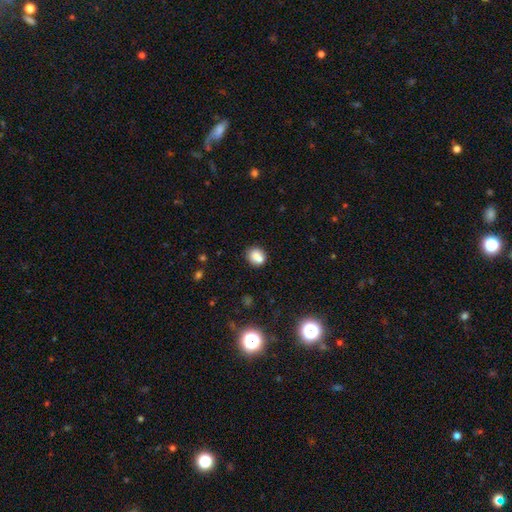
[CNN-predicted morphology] Smooth or featured? Predicted: smooth (p=0.79). How rounded? Predicted: round (p=0.67). Merging? Predicted: none (p=0.58).